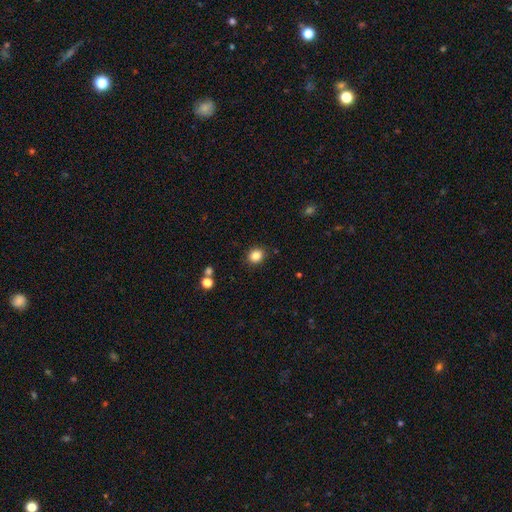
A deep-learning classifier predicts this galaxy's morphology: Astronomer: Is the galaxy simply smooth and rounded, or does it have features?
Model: smooth — 85%.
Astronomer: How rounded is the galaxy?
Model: round — 72%.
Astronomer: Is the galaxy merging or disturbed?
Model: none — 88%.